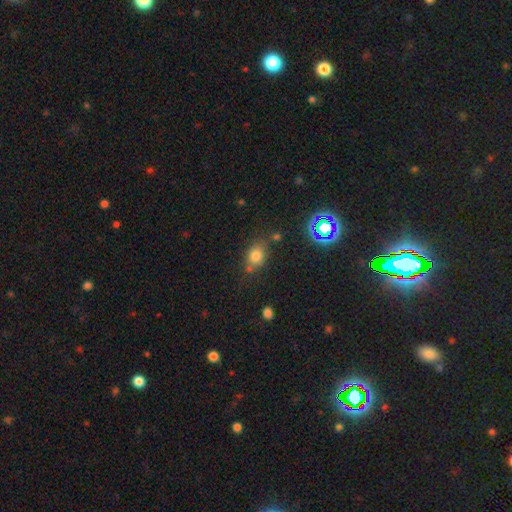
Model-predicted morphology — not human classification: type=smooth (74%); roundness=in between (55%); merging=none (67%).